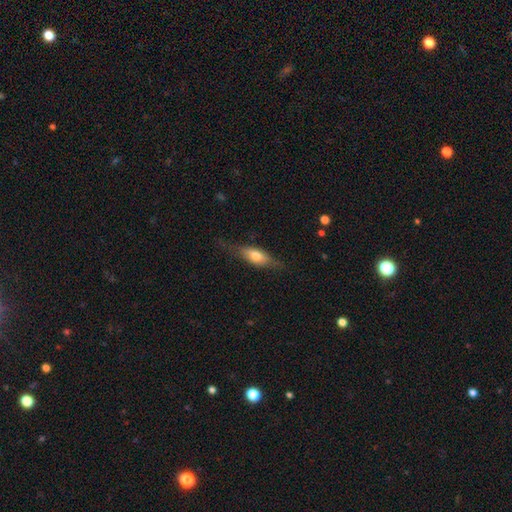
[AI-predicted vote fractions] Morphology: type=smooth (50%); merging=none (69%).